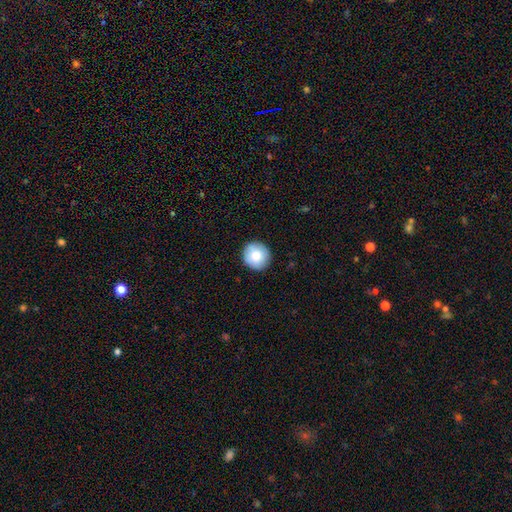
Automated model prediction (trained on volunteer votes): The model was most divided on "smooth or featured": smooth: 80%, featured or disk: 12%, star or artifact: 8%. More confident: how rounded — round (92%); merging — none (89%).